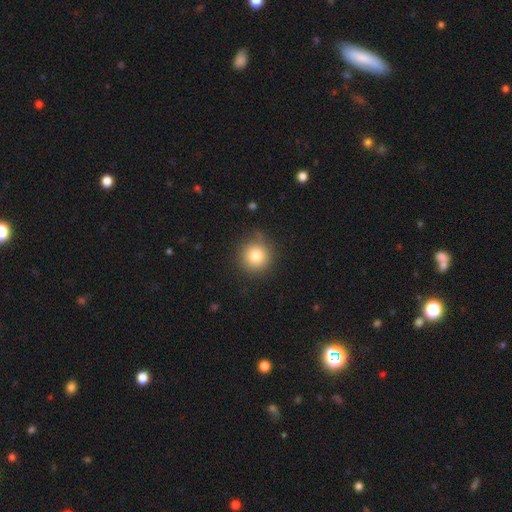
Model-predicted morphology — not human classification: smooth_or_featured: smooth (p=0.80) [alt: star or artifact p=0.11]
how_rounded: round (p=0.94) [alt: in between p=0.05]
merging: none (p=0.83) [alt: minor disturbance p=0.12]